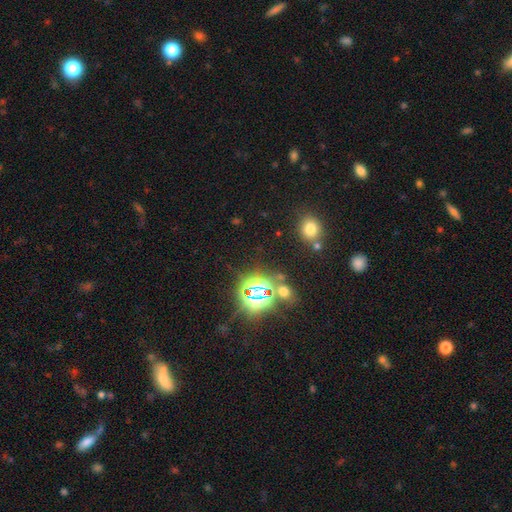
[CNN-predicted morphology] Overall: star or artifact (69%).